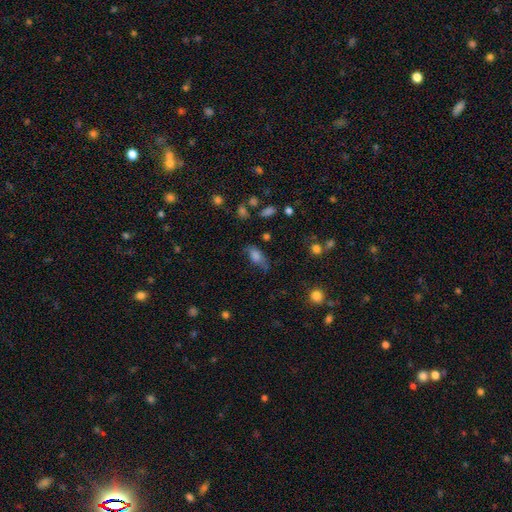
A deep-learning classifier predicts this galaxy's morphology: smooth_or_featured: smooth (p=0.69) [alt: featured or disk p=0.18]
how_rounded: in between (p=0.83) [alt: cigar-shaped p=0.09]
merging: none (p=0.51) [alt: minor disturbance p=0.30]